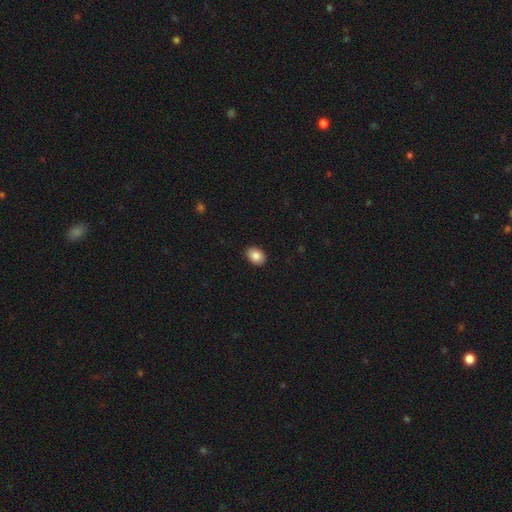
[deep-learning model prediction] Morphology: type=smooth (87%); roundness=in between (76%); merging=none (91%).